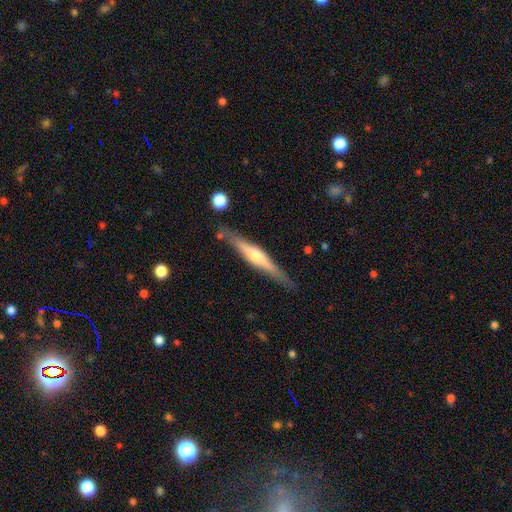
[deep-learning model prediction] smooth_or_featured: featured or disk (p=0.67) [alt: smooth p=0.27]
disk_edge_on: yes (p=0.96) [alt: no p=0.04]
edge_on_bulge: rounded (p=0.81) [alt: none p=0.10]
merging: none (p=0.84) [alt: minor disturbance p=0.11]